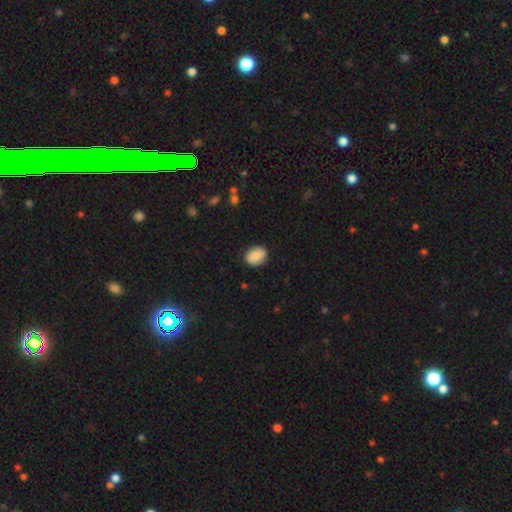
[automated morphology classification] smooth_or_featured: smooth (p=0.80) [alt: featured or disk p=0.13]
how_rounded: round (p=0.51) [alt: in between p=0.48]
merging: none (p=0.86) [alt: minor disturbance p=0.11]